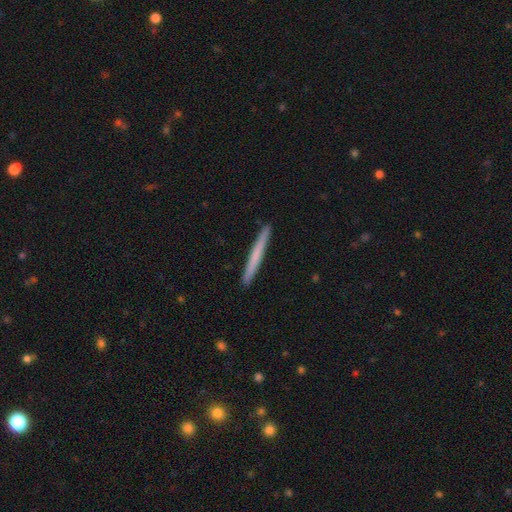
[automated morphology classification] type=smooth (62%); roundness=cigar-shaped (97%); merging=none (93%).